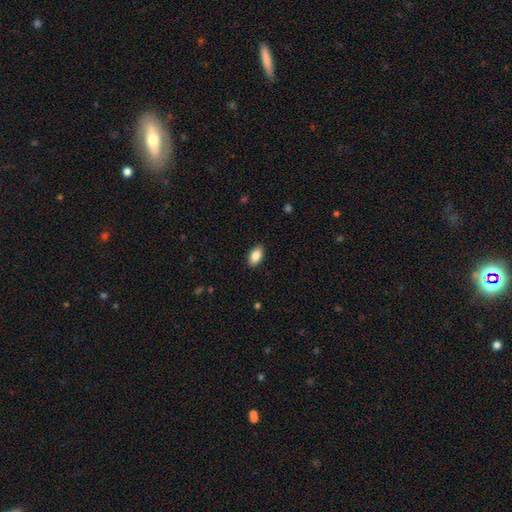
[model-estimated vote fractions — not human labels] Morphology: type=smooth (86%); roundness=in between (92%); merging=none (89%).